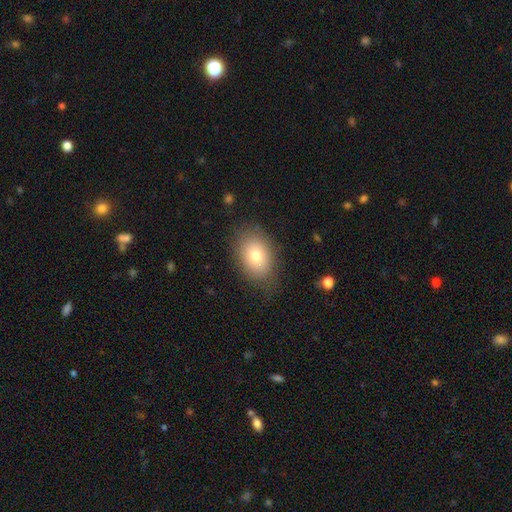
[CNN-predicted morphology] type=smooth (77%); roundness=in between (79%); merging=none (78%).